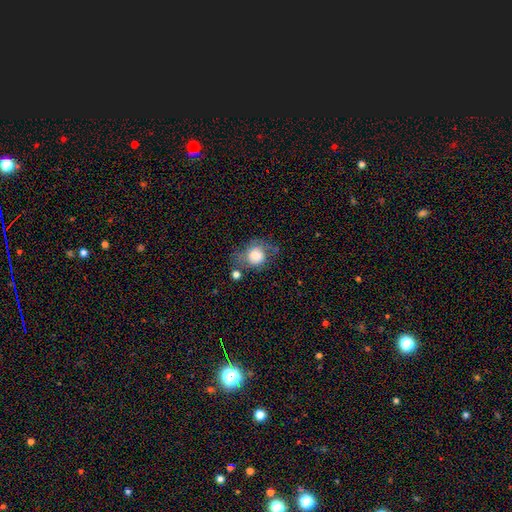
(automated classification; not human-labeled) The model was most divided on "merging": none: 44%, minor disturbance: 26%, major disturbance: 20%, merger: 10%. More confident: smooth or featured — smooth (73%); how rounded — round (64%).